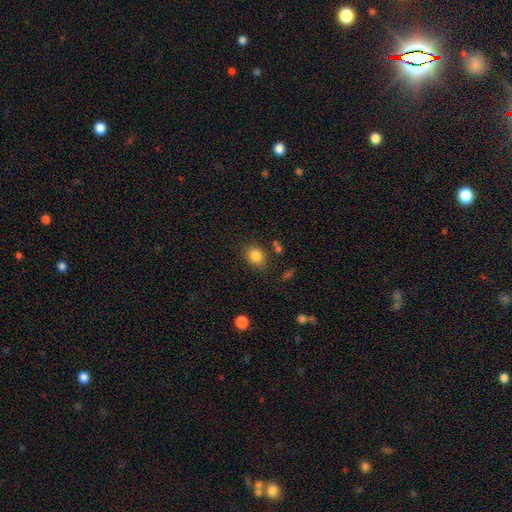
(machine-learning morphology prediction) Smooth or featured?
  - smooth: 83% *
  - star or artifact: 10%
  - featured or disk: 7%
How rounded?
  - round: 54% *
  - in between: 45%
  - cigar-shaped: 1%
Merging?
  - none: 76% *
  - minor disturbance: 15%
  - merger: 4%
  - major disturbance: 4%